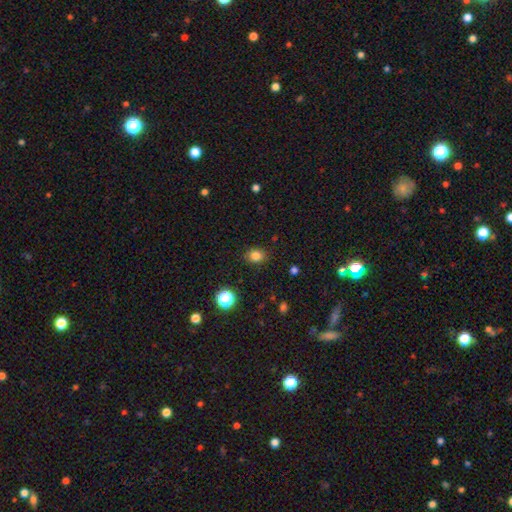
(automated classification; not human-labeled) Smooth or featured? Predicted: smooth (p=0.82). How rounded? Predicted: round (p=0.51). Merging? Predicted: none (p=0.87).